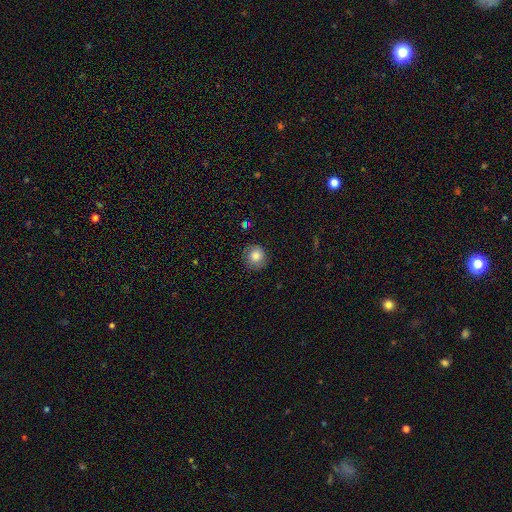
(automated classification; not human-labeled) Overall: smooth (83%). How rounded: round (90%). Merging: none (86%).